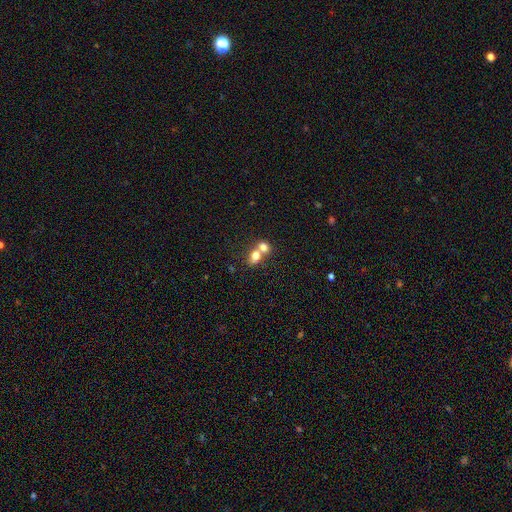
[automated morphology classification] This is likely a smooth galaxy (74%). How rounded: possibly in between (58%). Merging: likely merger (67%).